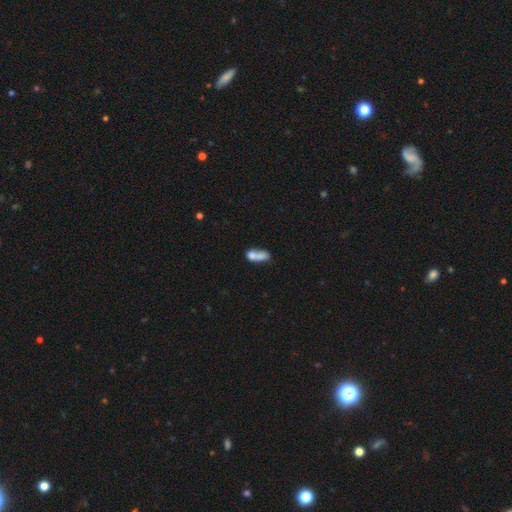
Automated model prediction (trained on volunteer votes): A smooth galaxy with no disk features (68%) that is in between round and cigar-shaped (70%). Merging: merger (59%).